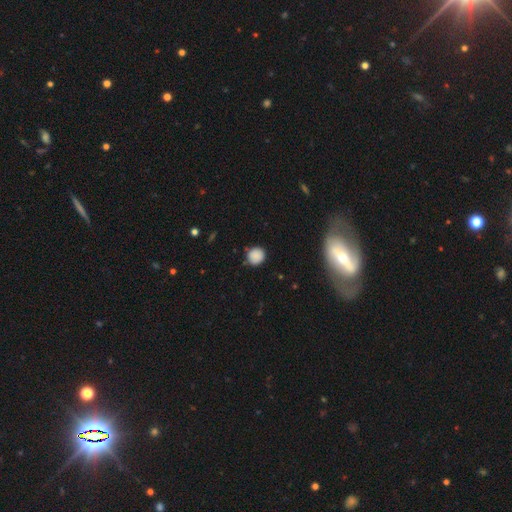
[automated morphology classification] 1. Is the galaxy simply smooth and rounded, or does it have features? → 85% smooth, 10% star or artifact, 5% featured or disk.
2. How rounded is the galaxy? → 88% round, 11% in between, 1% cigar-shaped.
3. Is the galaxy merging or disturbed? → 78% none, 16% minor disturbance, 3% major disturbance, 2% merger.